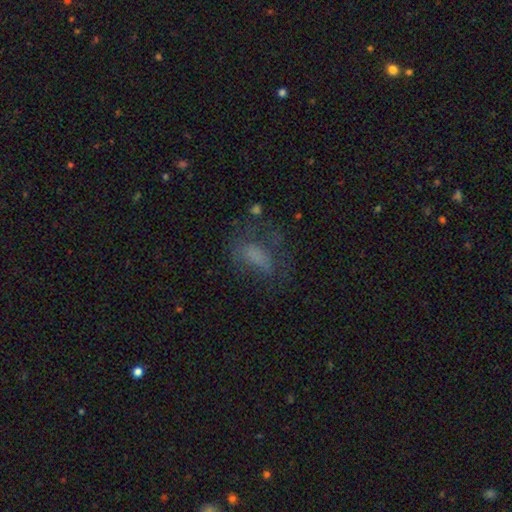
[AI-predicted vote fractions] Smooth or featured? smooth (51%)
How rounded? in between (79%)
Merging? none (41%)